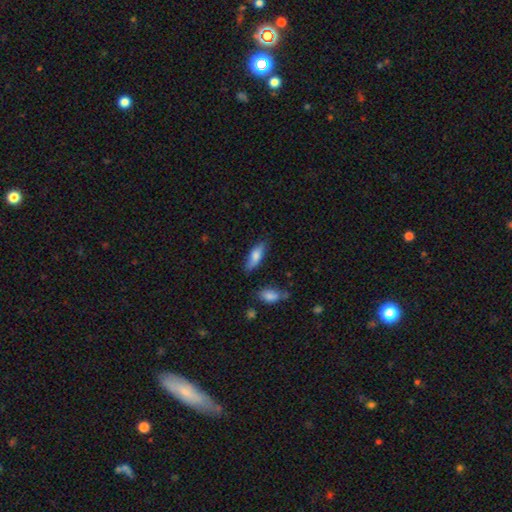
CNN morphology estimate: type=smooth (75%); roundness=in between (61%); merging=none (74%).